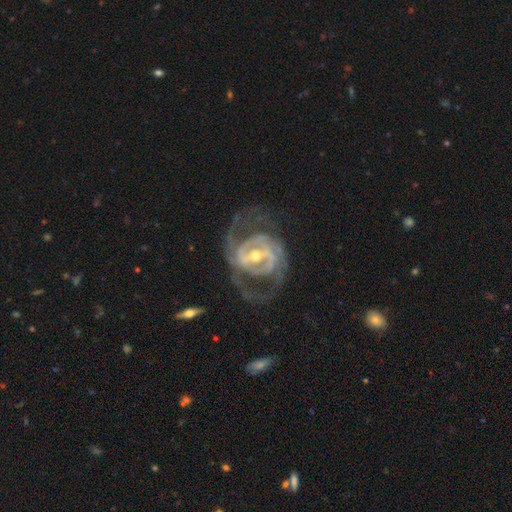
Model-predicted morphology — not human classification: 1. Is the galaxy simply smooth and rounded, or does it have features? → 91% featured or disk, 5% star or artifact, 5% smooth.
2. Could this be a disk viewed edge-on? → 97% no, 3% yes.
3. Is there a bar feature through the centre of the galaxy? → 52% strong, 35% weak, 13% no.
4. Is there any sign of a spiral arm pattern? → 94% yes, 6% no.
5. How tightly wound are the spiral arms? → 49% medium, 36% tight, 15% loose.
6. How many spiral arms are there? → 67% 2, 12% 3, 11% can't tell, 4% 4, 3% 1, 3% more than 4.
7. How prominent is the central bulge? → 52% moderate, 43% small, 3% large, 1% none, 1% dominant.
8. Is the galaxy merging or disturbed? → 63% none, 20% major disturbance, 15% minor disturbance, 2% merger.